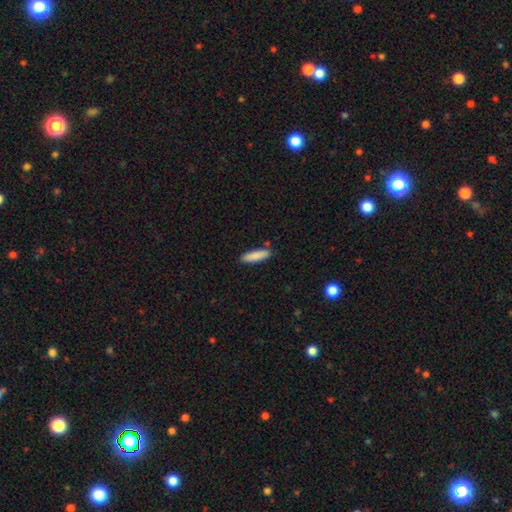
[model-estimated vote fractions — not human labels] Q: Smooth or featured?
A: smooth (86%); runner-up: featured or disk (8%)
Q: How rounded?
A: cigar-shaped (72%); runner-up: in between (27%)
Q: Merging?
A: none (86%); runner-up: minor disturbance (10%)